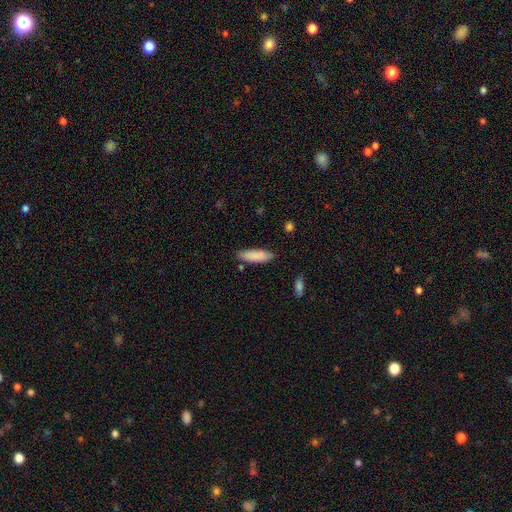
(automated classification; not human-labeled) A smooth galaxy with no disk features (87%) that is cigar-shaped (53%). Merging: none (84%).